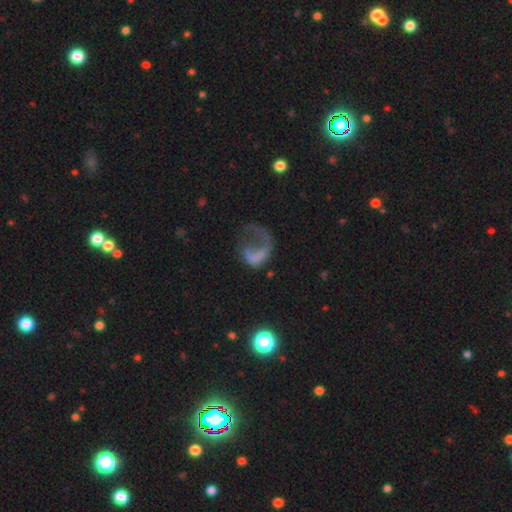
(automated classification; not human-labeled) Overall: featured or disk (48%; smooth 39%). Merging: major disturbance (61%; none 22%).